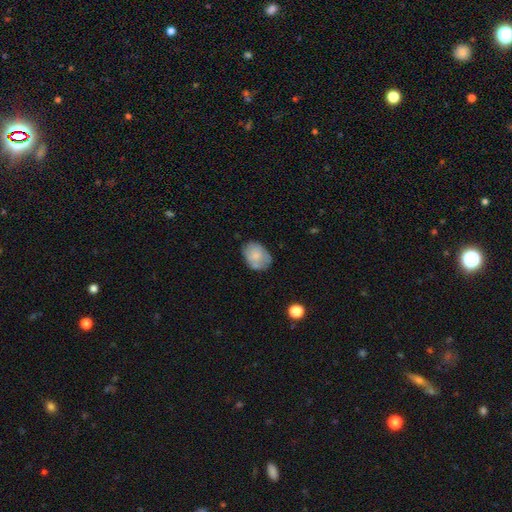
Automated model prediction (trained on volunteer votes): This is likely a smooth galaxy (75%). How rounded: likely in between (73%). Merging: likely none (61%).